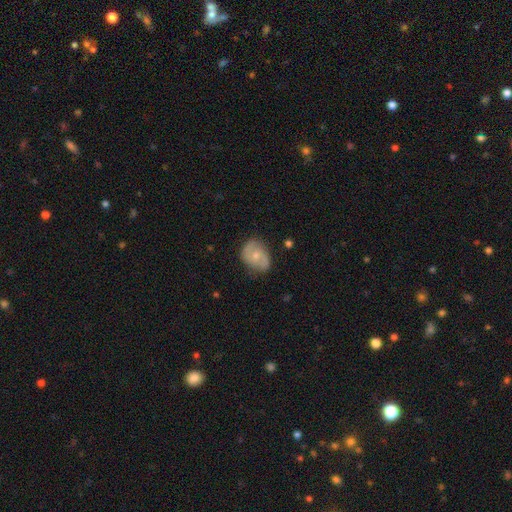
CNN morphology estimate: type=featured or disk (56%); edge-on=no (97%); bar=no (66%); spiral arms=yes (81%); bulge=small (48%); merging=none (72%).